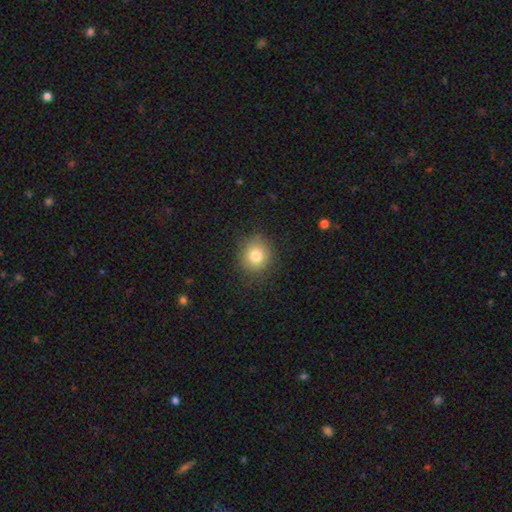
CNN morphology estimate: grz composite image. It shows a smooth galaxy with no disk features (80%) that is round (83%). Merging: none (85%).